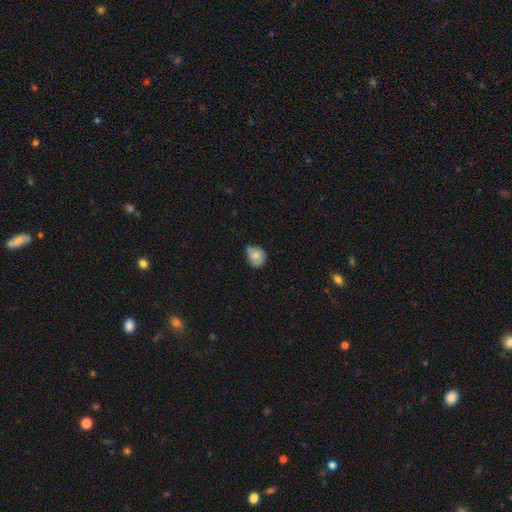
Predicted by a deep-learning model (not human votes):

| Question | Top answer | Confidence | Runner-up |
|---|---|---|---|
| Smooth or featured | smooth | 75% | featured or disk (17%) |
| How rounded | round | 67% | in between (32%) |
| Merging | none | 46% | minor disturbance (38%) |